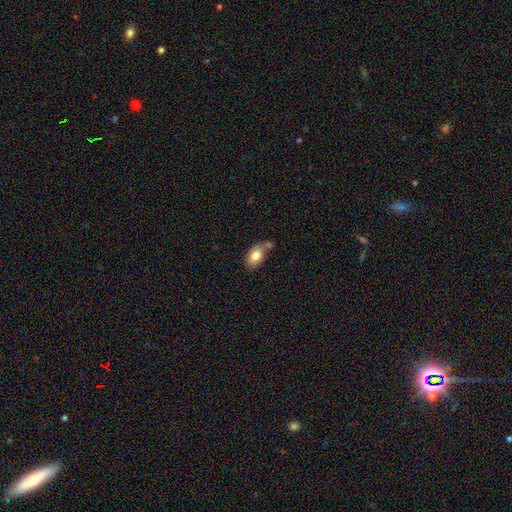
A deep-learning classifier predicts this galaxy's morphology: The model was most divided on "merging": none: 45%, merger: 27%, minor disturbance: 21%, major disturbance: 7%. More confident: how rounded — in between (84%); smooth or featured — smooth (80%).